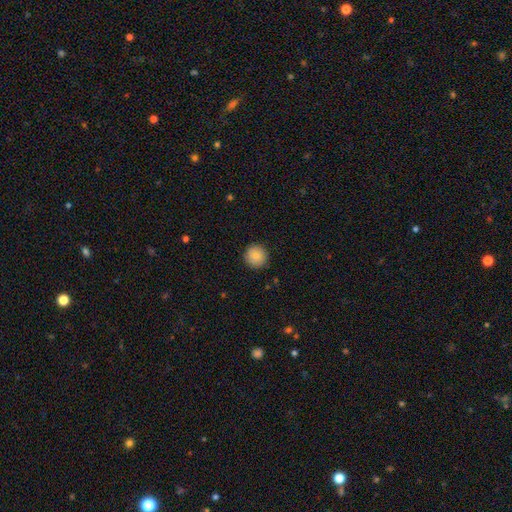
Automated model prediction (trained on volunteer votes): Smooth or featured? smooth (85%)
How rounded? round (95%)
Merging? none (91%)